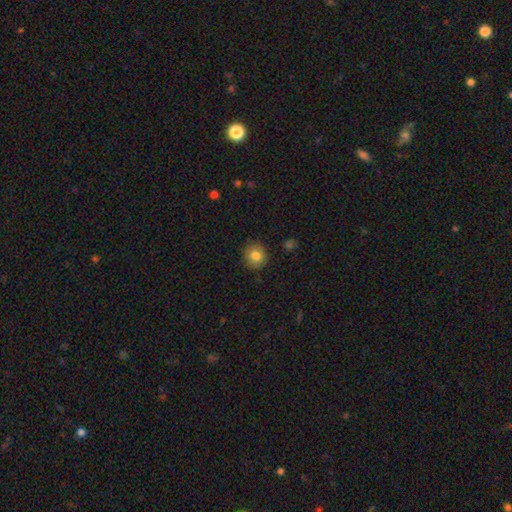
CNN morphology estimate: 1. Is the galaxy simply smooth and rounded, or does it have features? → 82% smooth, 10% star or artifact, 9% featured or disk.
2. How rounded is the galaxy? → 86% round, 13% in between, 1% cigar-shaped.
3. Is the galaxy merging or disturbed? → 88% none, 9% minor disturbance, 2% major disturbance, 1% merger.